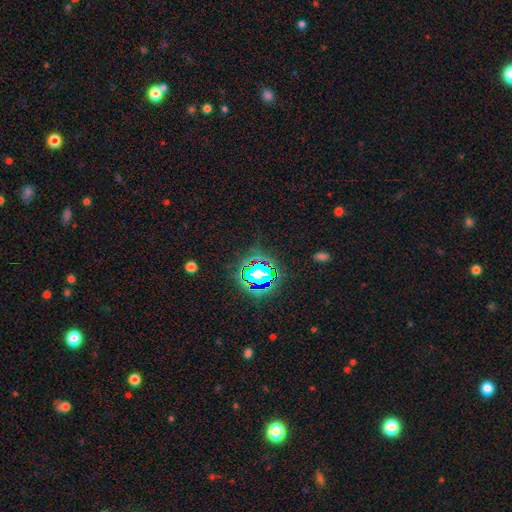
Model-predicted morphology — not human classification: Overall: star or artifact (81%).